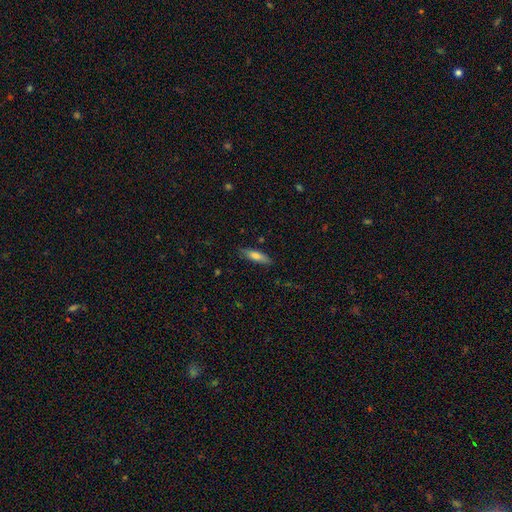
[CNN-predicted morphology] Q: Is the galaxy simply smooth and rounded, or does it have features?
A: smooth — 72%.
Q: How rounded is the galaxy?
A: cigar-shaped — 67%.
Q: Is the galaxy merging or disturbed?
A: none — 84%.